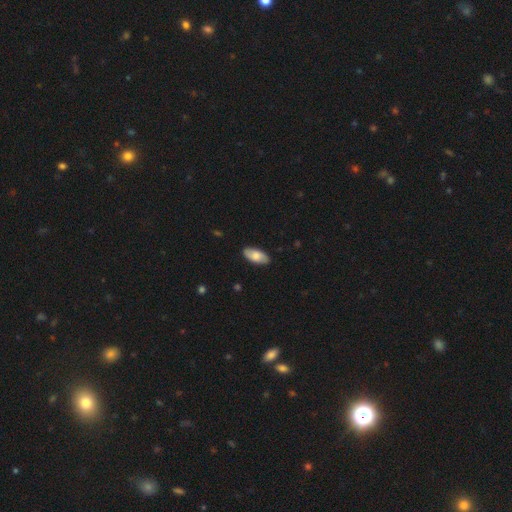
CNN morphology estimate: smooth_or_featured: smooth (p=0.73) [alt: featured or disk p=0.21]
how_rounded: in between (p=0.91) [alt: cigar-shaped p=0.07]
merging: none (p=0.88) [alt: minor disturbance p=0.10]